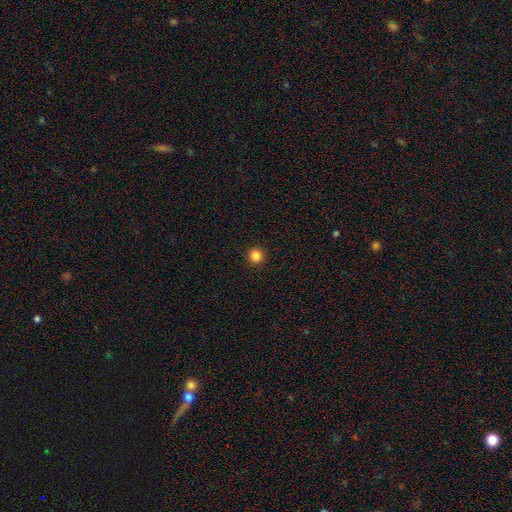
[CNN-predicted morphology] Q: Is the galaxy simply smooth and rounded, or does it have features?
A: smooth — 85%.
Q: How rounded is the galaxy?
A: round — 95%.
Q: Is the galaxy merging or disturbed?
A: none — 93%.